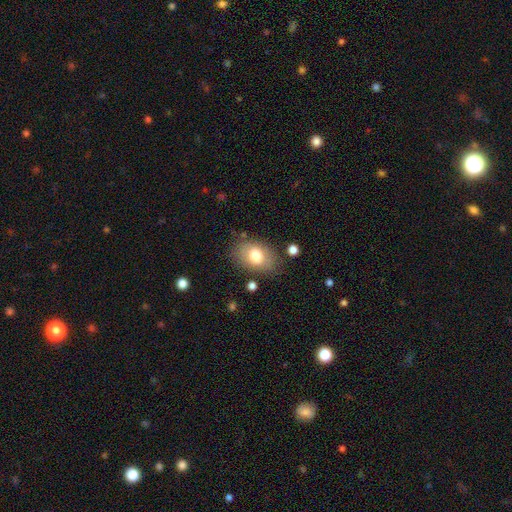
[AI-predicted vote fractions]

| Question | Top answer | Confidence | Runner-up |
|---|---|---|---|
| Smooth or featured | smooth | 75% | featured or disk (17%) |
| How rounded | in between | 83% | round (16%) |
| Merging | none | 73% | minor disturbance (18%) |